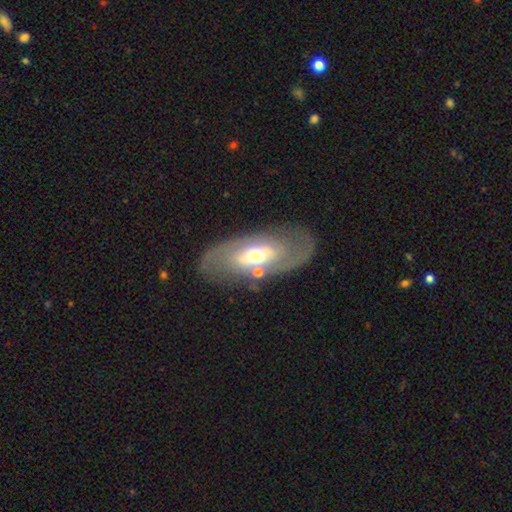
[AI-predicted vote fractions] smooth-or-featured: featured or disk: 69% | smooth: 25% | star or artifact: 6%
  disk-edge-on: no: 86% | yes: 14%
    bar: no: 64% | weak: 25% | strong: 12%
    has-spiral-arms: yes: 61% | no: 39%
    bulge-size: moderate: 67% | small: 19% | large: 11% | dominant: 2% | none: 1%
  merging: none: 71% | minor disturbance: 15% | major disturbance: 8% | merger: 6%